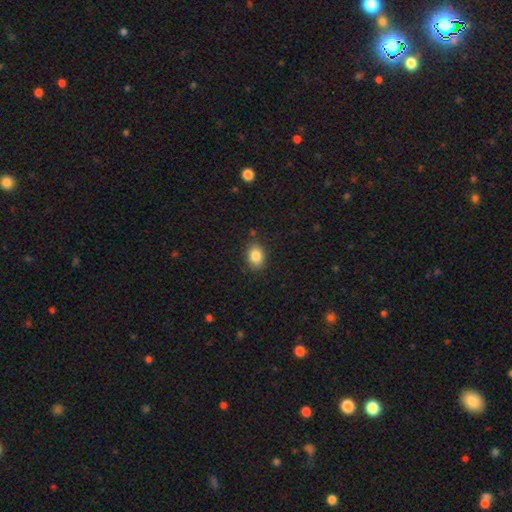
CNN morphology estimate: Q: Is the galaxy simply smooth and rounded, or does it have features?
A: smooth — 85%.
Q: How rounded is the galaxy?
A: in between — 68%.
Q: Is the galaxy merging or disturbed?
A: none — 86%.